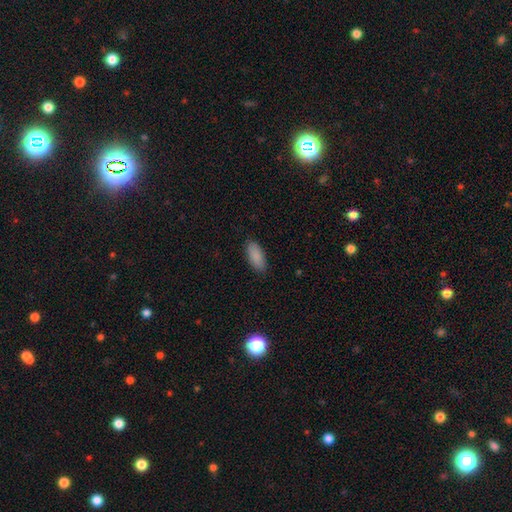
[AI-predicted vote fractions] Smooth or featured: smooth — 89% (star or artifact — 6%)
How rounded: in between — 86% (cigar-shaped — 12%)
Merging: none — 87% (minor disturbance — 10%)